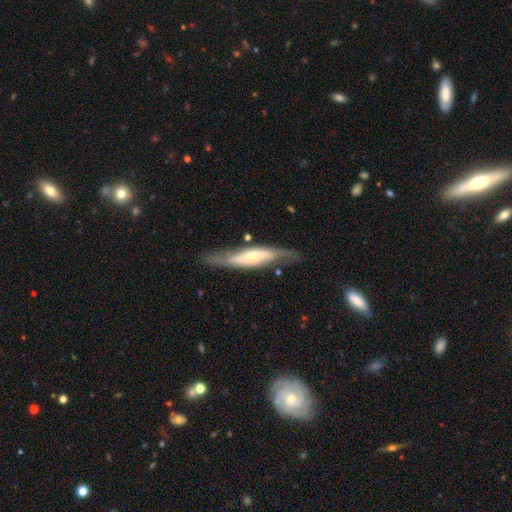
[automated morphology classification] This appears to be a featured or disk galaxy (65%) viewed edge-on (58%). Merging: none (73%).